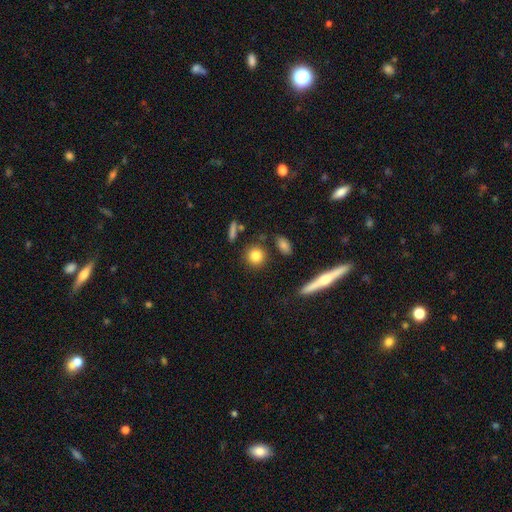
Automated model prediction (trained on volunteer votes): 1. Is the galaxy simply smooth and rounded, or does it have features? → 83% smooth, 9% star or artifact, 8% featured or disk.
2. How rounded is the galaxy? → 86% round, 12% in between, 2% cigar-shaped.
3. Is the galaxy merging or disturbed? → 85% none, 8% minor disturbance, 4% merger, 3% major disturbance.